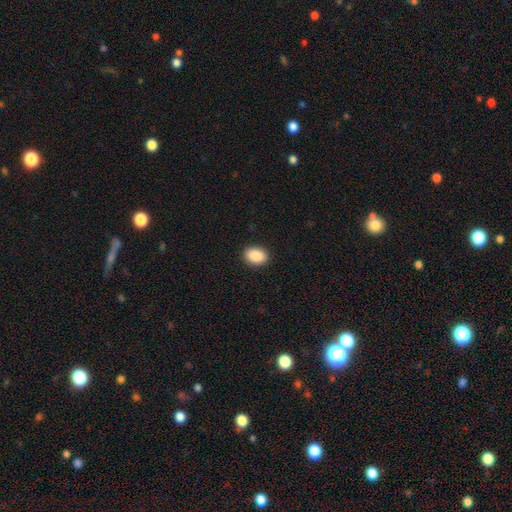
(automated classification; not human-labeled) Smooth or featured: smooth — 90% (star or artifact — 7%)
How rounded: in between — 74% (round — 25%)
Merging: none — 91% (minor disturbance — 6%)